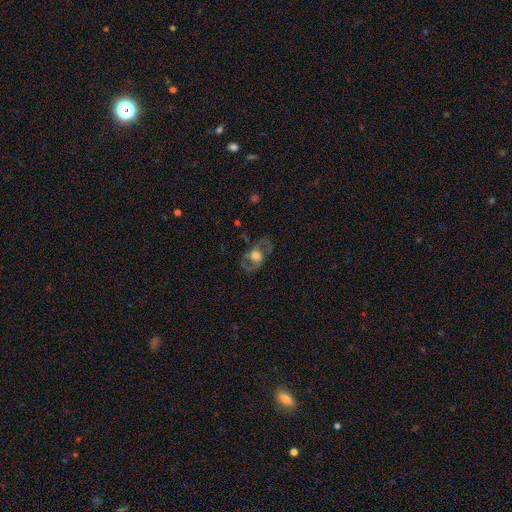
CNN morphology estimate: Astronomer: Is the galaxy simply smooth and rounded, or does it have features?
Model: featured or disk — 65%.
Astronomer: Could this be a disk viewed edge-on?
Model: no — 88%.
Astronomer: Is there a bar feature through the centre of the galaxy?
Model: no — 71%.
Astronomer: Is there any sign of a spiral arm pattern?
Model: yes — 51% (runner-up: no, 49%).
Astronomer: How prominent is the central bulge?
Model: large — 48% (runner-up: moderate, 37%).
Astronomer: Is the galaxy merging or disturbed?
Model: none — 71%.